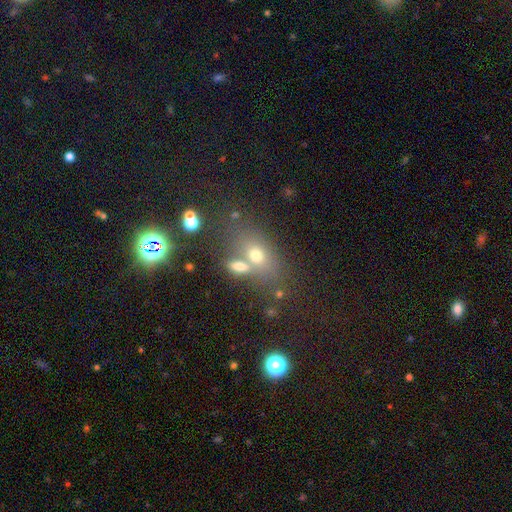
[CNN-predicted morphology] This is likely a smooth galaxy (66%). How rounded: likely in between (73%). Merging: possibly none (47%).